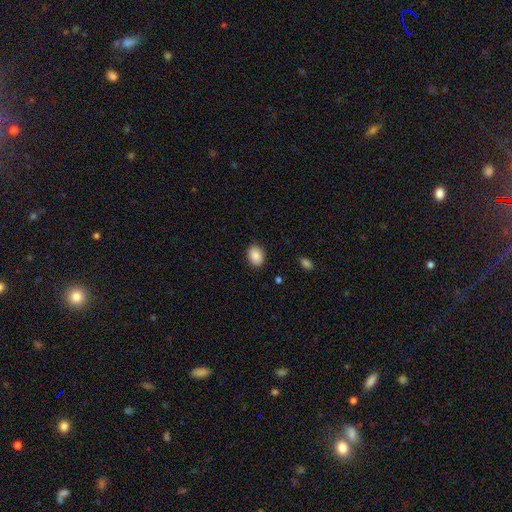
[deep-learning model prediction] Smooth or featured? smooth (88%)
How rounded? in between (67%)
Merging? none (88%)